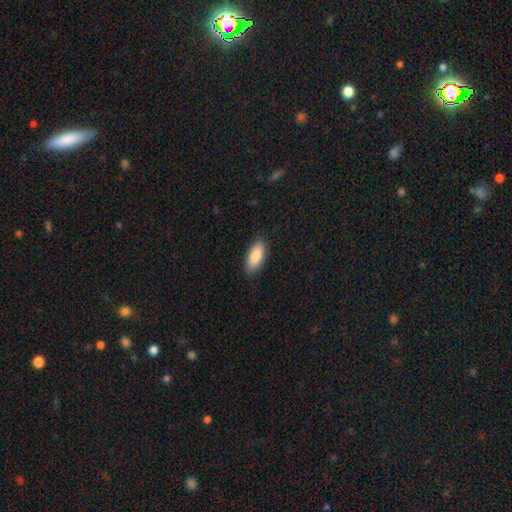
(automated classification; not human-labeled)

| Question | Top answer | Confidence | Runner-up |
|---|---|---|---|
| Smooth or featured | smooth | 88% | featured or disk (7%) |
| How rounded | in between | 87% | cigar-shaped (11%) |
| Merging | none | 86% | minor disturbance (11%) |